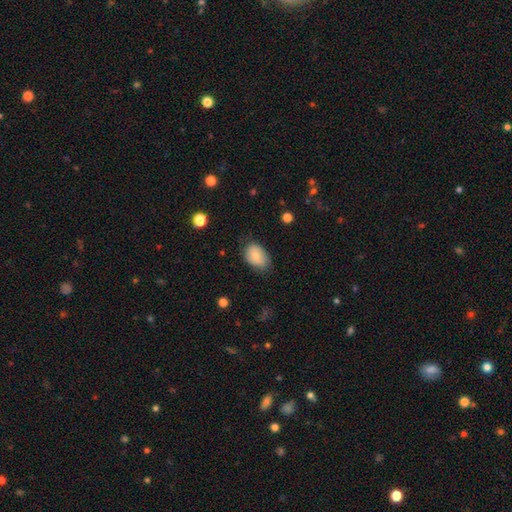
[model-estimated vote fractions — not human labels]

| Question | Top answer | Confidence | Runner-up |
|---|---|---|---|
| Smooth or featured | smooth | 79% | featured or disk (13%) |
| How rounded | in between | 83% | round (16%) |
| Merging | none | 63% | minor disturbance (30%) |